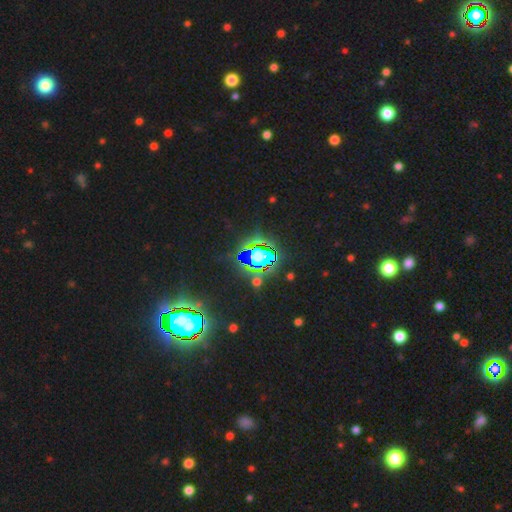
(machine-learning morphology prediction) Smooth or featured: star or artifact — 84% (smooth — 10%)